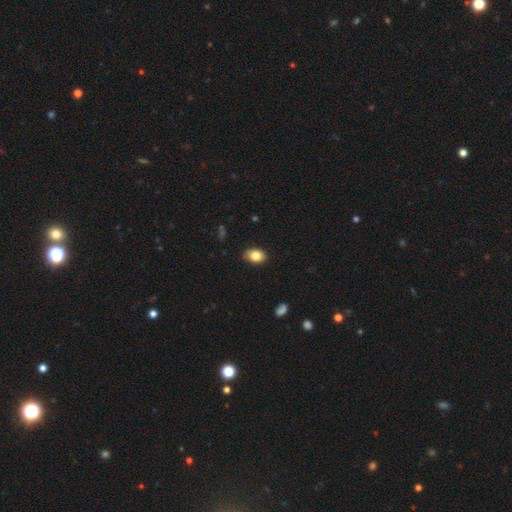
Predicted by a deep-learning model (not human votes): Smooth or featured: smooth — 84% (star or artifact — 8%)
How rounded: in between — 80% (round — 19%)
Merging: none — 81% (minor disturbance — 15%)